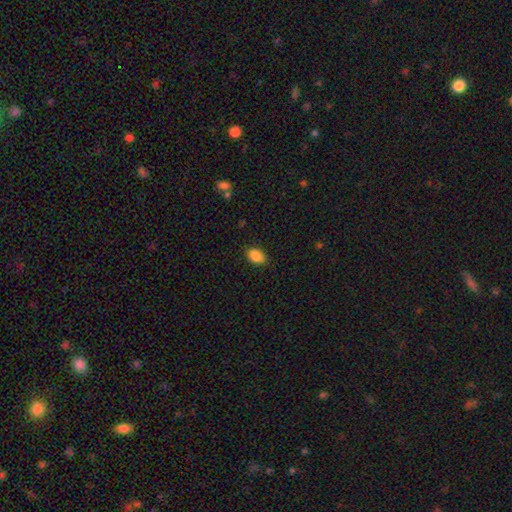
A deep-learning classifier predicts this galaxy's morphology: Smooth or featured? Predicted: smooth (p=0.88). How rounded? Predicted: in between (p=0.86). Merging? Predicted: none (p=0.84).